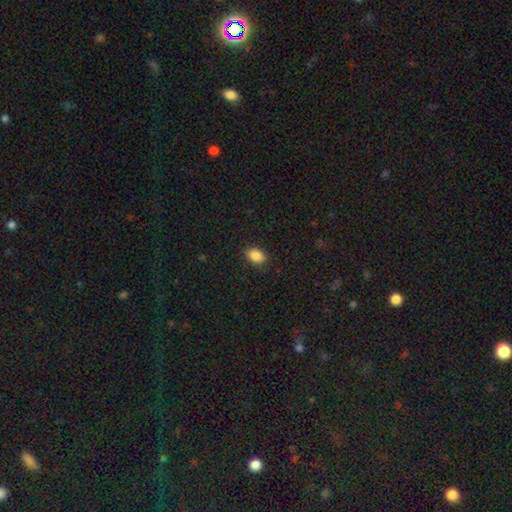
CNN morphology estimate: This appears to be a smooth galaxy with no disk features (88%) that is in between round and cigar-shaped (85%). Merging: none (88%).